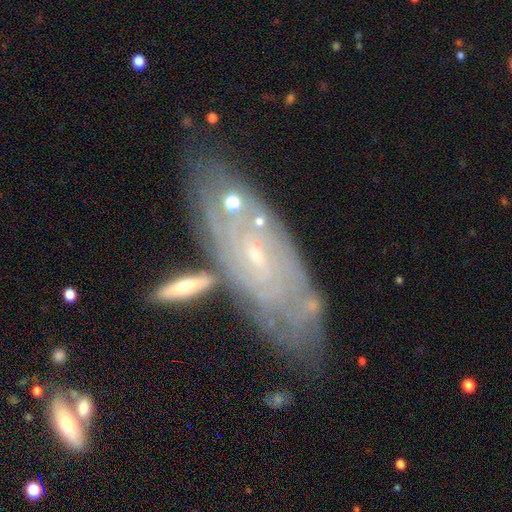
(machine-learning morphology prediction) smooth-or-featured: featured or disk: 75% | smooth: 17% | star or artifact: 8%
  disk-edge-on: no: 84% | yes: 16%
    bar: no: 68% | weak: 25% | strong: 7%
    has-spiral-arms: yes: 77% | no: 23%
    bulge-size: small: 83% | moderate: 11% | none: 4% | large: 1% | dominant: 1%
  merging: none: 66% | minor disturbance: 17% | merger: 10% | major disturbance: 6%